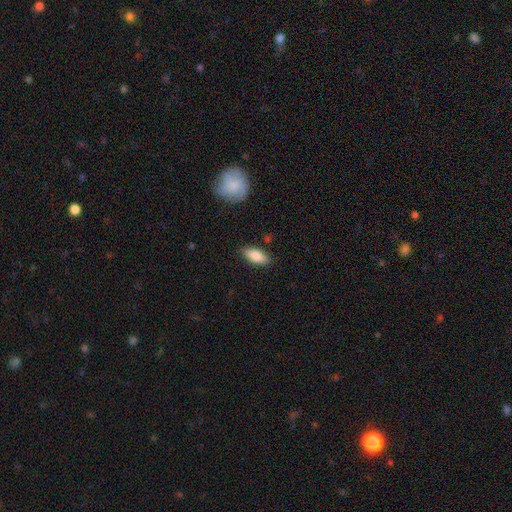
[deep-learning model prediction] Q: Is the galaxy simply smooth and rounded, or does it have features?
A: smooth — 85%.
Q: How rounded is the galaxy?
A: in between — 84%.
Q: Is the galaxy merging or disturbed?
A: none — 84%.